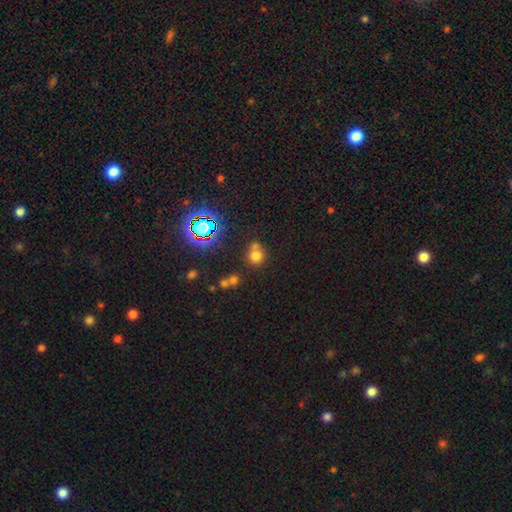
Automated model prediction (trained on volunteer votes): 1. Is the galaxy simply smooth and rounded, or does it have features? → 70% smooth, 20% star or artifact, 10% featured or disk.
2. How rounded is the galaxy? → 79% round, 19% in between, 1% cigar-shaped.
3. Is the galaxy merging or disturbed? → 52% none, 30% merger, 13% minor disturbance, 6% major disturbance.